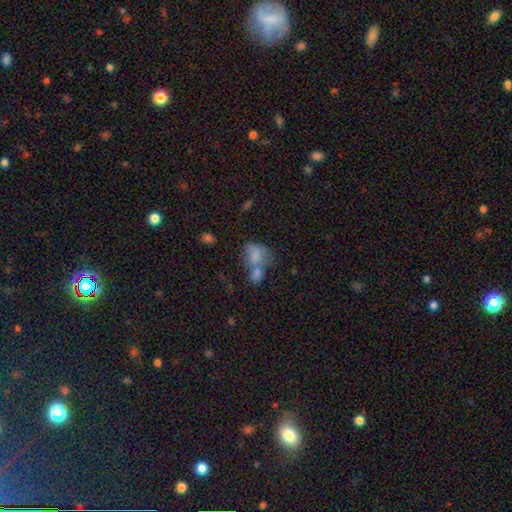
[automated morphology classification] This is likely a smooth galaxy (75%). How rounded: likely in between (73%). Merging: possibly merger (58%).